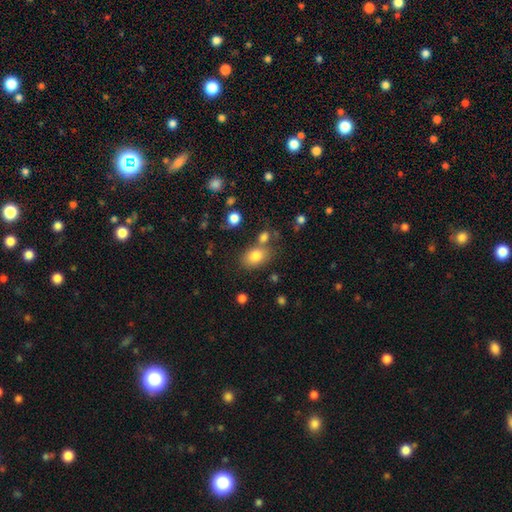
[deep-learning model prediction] This appears to be a smooth galaxy with no disk features (81%) that is in between round and cigar-shaped (77%). Merging: none (65%).